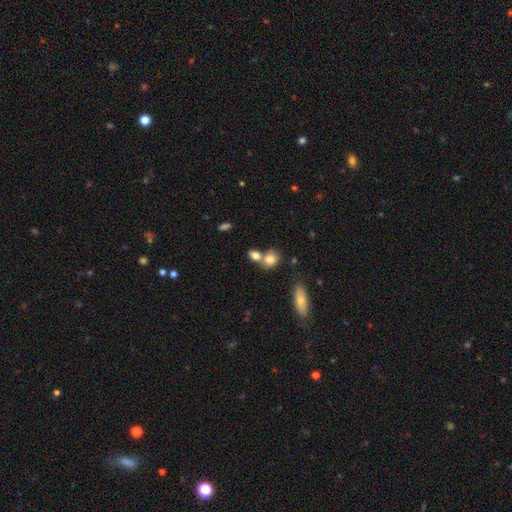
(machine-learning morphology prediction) This is likely a smooth galaxy (79%). How rounded: likely in between (60%). Merging: possibly merger (48%).